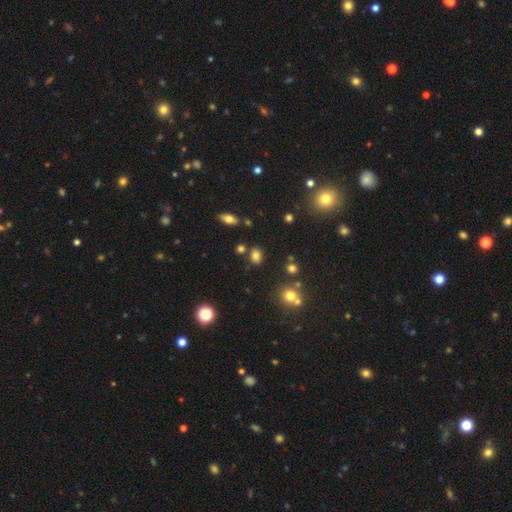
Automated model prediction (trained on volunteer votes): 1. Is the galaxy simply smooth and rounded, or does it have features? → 77% smooth, 15% star or artifact, 8% featured or disk.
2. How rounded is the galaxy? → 60% in between, 38% round, 2% cigar-shaped.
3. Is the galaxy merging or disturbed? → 77% none, 12% minor disturbance, 8% merger, 3% major disturbance.